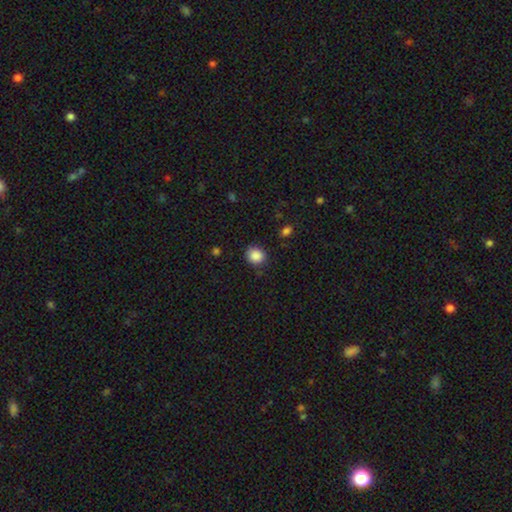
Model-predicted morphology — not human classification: The model was most divided on "how rounded": round: 79%, in between: 20%, cigar-shaped: 1%. More confident: smooth or featured — smooth (88%); merging — none (85%).